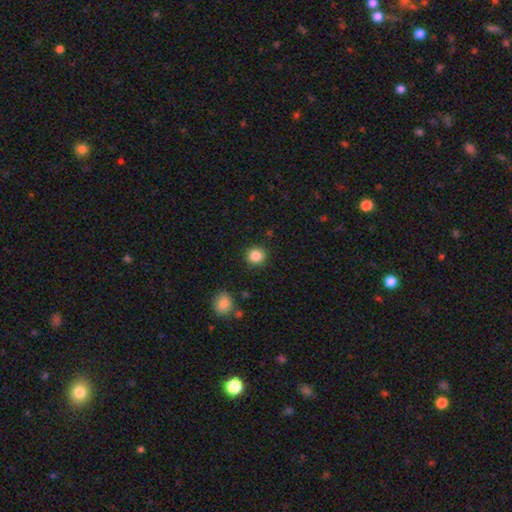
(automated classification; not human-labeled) The model was most divided on "smooth or featured": smooth: 86%, star or artifact: 10%, featured or disk: 4%. More confident: how rounded — round (91%); merging — none (90%).